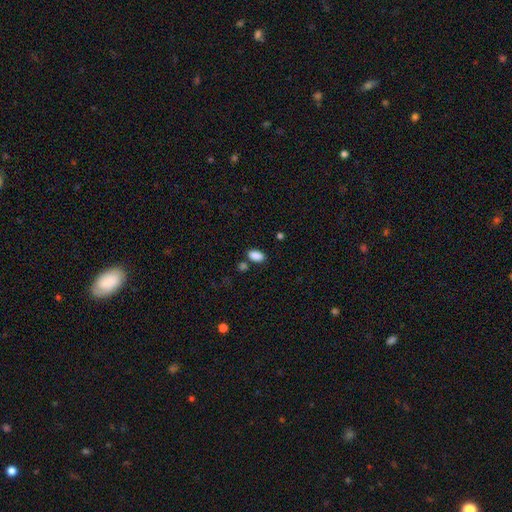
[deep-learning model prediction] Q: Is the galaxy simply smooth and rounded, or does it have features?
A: smooth — 88%.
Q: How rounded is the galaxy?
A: in between — 92%.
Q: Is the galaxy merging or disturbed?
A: none — 74%.